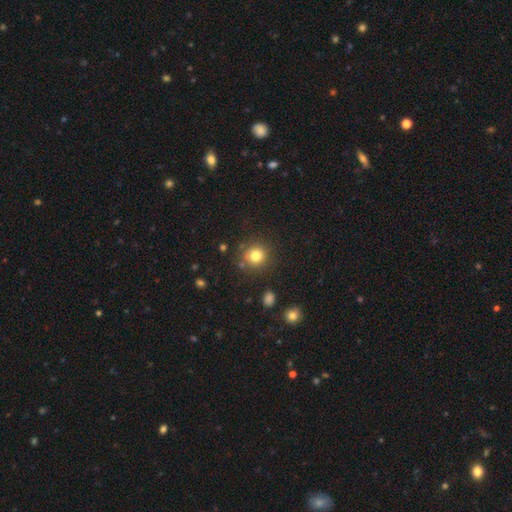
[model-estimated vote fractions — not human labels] The model was most divided on "smooth or featured": smooth: 80%, star or artifact: 13%, featured or disk: 7%. More confident: how rounded — round (89%); merging — none (82%).